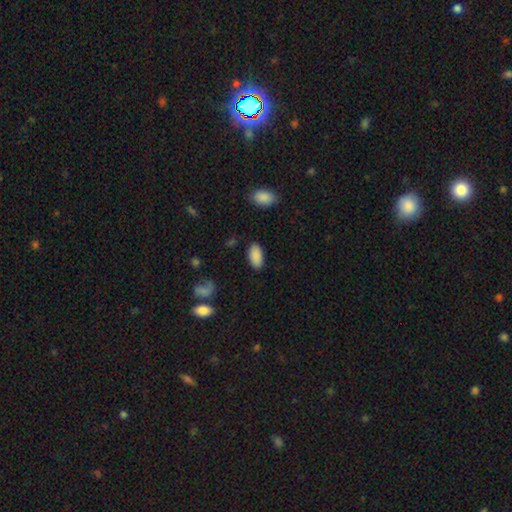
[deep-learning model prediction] A smooth galaxy with no disk features (89%) that is in between round and cigar-shaped (94%).

Vote fractions:
- Smooth or featured? smooth: 89% / star or artifact: 7% / featured or disk: 4%
- How rounded? in between: 94% / cigar-shaped: 4% / round: 2%
- Merging? none: 87% / minor disturbance: 10% / major disturbance: 3% / merger: 1%